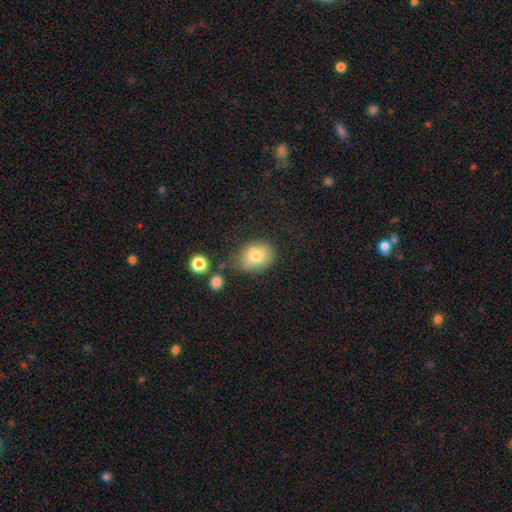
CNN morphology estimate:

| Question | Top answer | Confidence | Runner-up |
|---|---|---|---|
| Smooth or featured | smooth | 77% | featured or disk (14%) |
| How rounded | in between | 66% | round (33%) |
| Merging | none | 55% | minor disturbance (27%) |